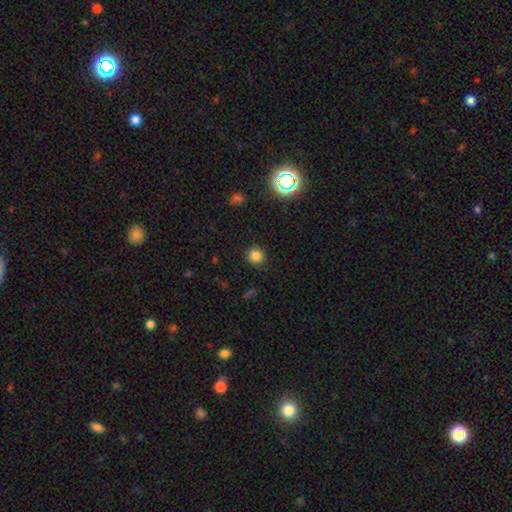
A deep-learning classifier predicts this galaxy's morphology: This appears to be a smooth galaxy with no disk features (81%) that is round (89%). Merging: none (90%).